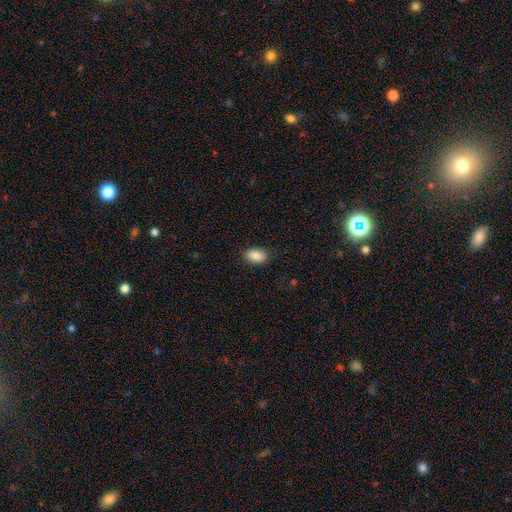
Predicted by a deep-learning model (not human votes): smooth 88%, star or artifact 8%, featured or disk 5%. Down the decision tree: how rounded — in between (86%); merging — none (89%).